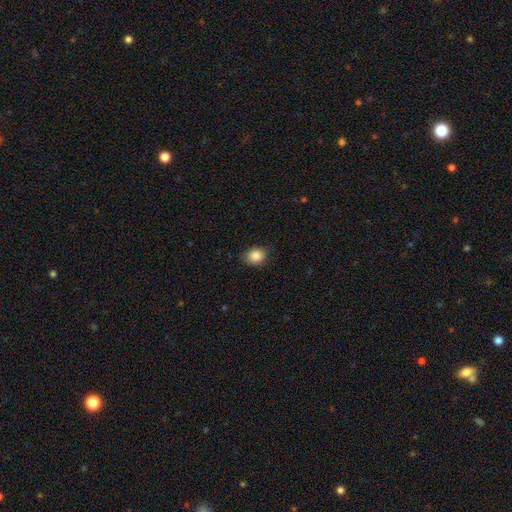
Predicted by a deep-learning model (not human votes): smooth 87%, star or artifact 9%, featured or disk 5%. Down the decision tree: how rounded — round (56%); merging — none (84%).